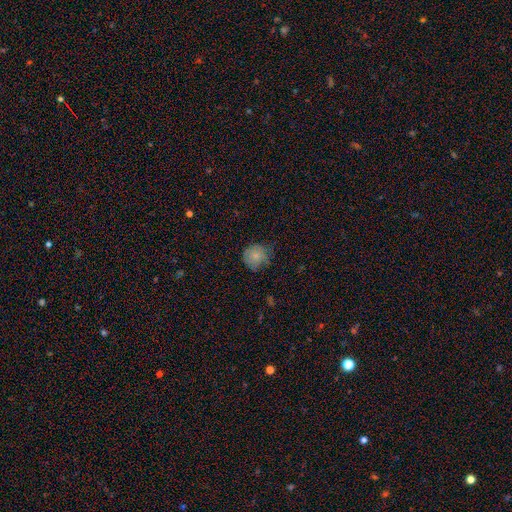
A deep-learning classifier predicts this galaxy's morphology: Q: Smooth or featured?
A: smooth (79%); runner-up: featured or disk (12%)
Q: How rounded?
A: round (84%); runner-up: in between (15%)
Q: Merging?
A: none (59%); runner-up: minor disturbance (32%)